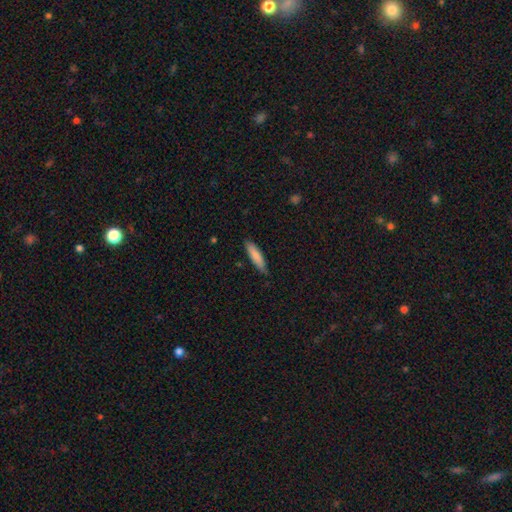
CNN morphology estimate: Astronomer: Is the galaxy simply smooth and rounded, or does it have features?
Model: smooth — 83%.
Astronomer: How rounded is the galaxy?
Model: cigar-shaped — 77%.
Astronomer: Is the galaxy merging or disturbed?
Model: none — 80%.